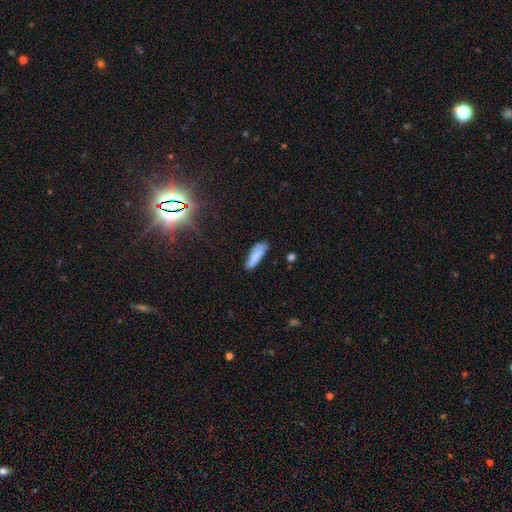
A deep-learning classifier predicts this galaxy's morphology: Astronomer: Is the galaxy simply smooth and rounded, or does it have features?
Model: smooth — 78%.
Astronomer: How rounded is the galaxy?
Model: cigar-shaped — 50% (runner-up: in between, 48%).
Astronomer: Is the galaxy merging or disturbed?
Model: none — 65%.